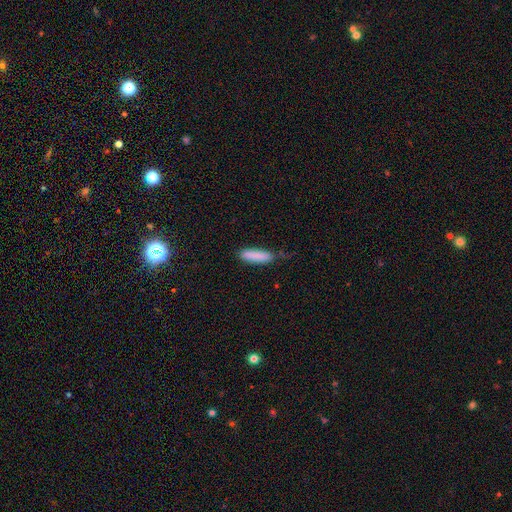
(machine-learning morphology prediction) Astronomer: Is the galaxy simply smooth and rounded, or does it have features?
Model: smooth — 87%.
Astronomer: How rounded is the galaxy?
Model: cigar-shaped — 71%.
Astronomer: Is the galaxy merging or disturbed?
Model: none — 75%.